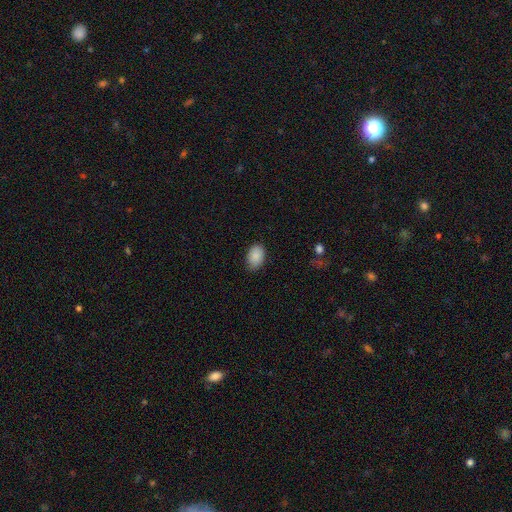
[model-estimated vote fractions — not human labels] Smooth or featured? Predicted: smooth (p=0.88). How rounded? Predicted: in between (p=0.84). Merging? Predicted: none (p=0.79).